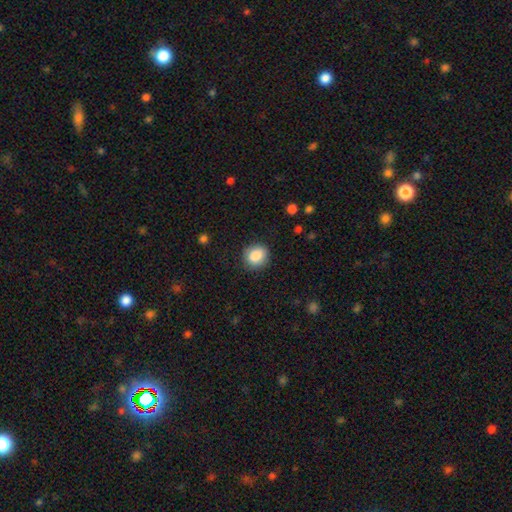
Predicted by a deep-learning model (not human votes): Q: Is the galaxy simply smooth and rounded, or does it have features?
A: smooth — 86%.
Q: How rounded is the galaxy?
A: round — 76%.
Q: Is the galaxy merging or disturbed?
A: none — 86%.